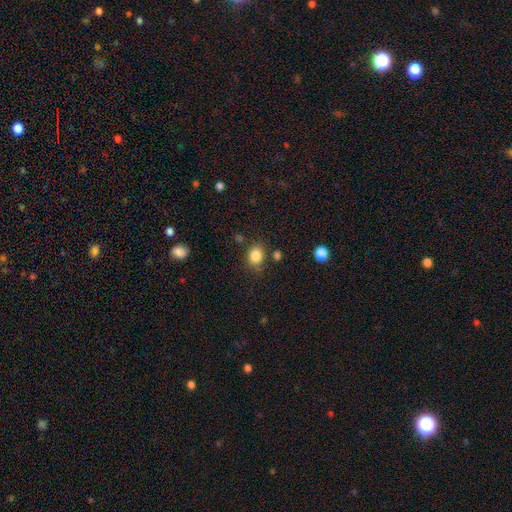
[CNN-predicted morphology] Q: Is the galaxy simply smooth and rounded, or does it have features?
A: smooth — 85%.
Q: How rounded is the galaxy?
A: in between — 50%.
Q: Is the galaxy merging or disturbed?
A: none — 77%.